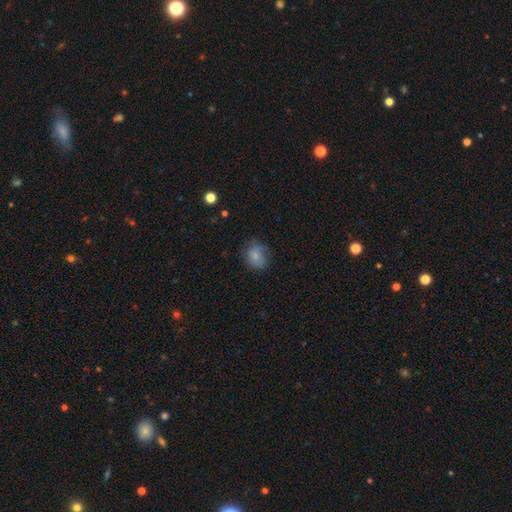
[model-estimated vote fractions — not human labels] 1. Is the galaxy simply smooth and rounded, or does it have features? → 79% smooth, 12% featured or disk, 9% star or artifact.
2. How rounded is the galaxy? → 60% round, 39% in between, 1% cigar-shaped.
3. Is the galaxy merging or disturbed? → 64% none, 25% minor disturbance, 9% major disturbance, 1% merger.